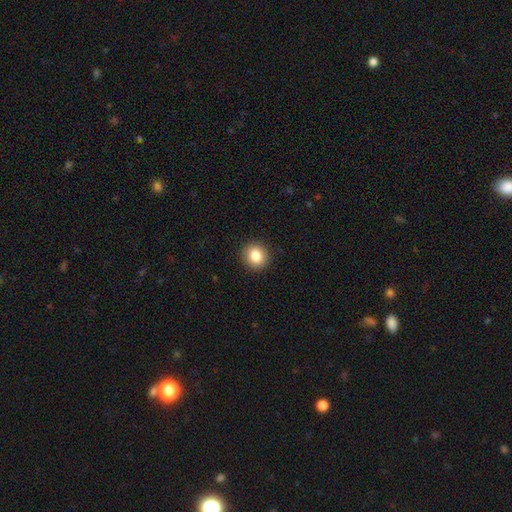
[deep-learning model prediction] Morphology: type=smooth (84%); roundness=round (87%); merging=none (92%).